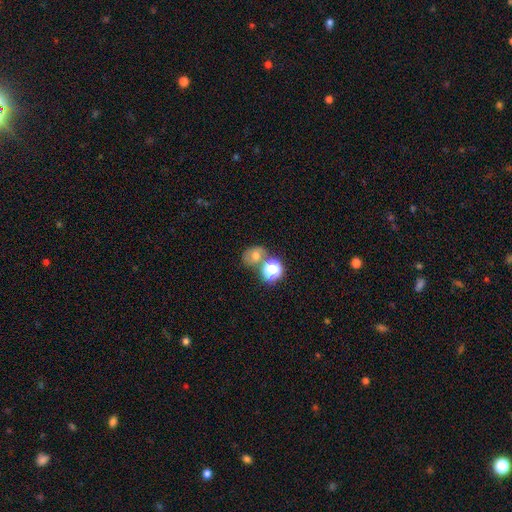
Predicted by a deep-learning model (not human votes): A smooth galaxy with no disk features (58%) that is round (57%). Merging: none (48%).